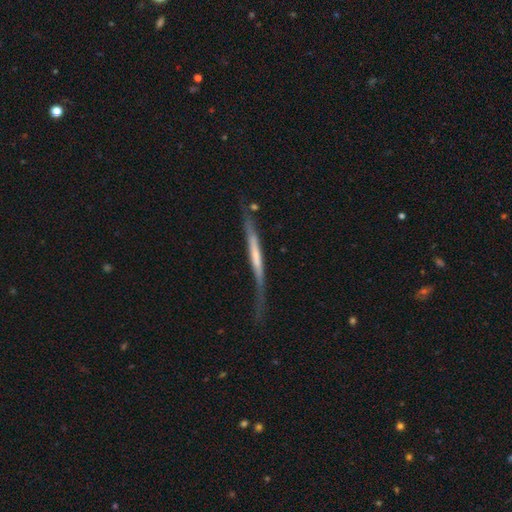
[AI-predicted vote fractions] A featured or disk galaxy (61%) viewed edge-on (92%) with no central bulge (68%). Merging: none (56%).